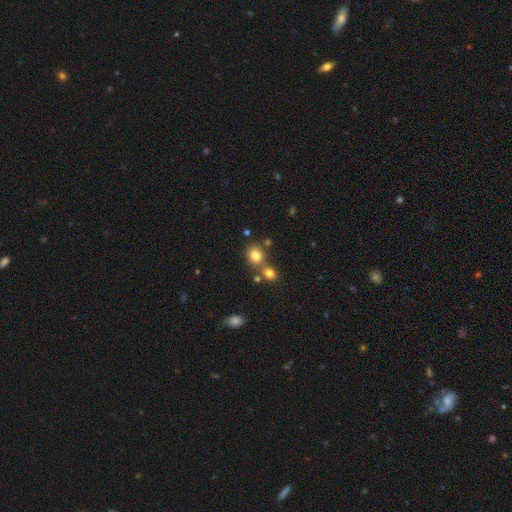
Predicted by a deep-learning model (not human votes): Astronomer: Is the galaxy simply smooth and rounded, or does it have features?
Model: smooth — 80%.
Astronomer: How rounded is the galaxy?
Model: round — 74%.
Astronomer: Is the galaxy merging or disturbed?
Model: none — 59%.